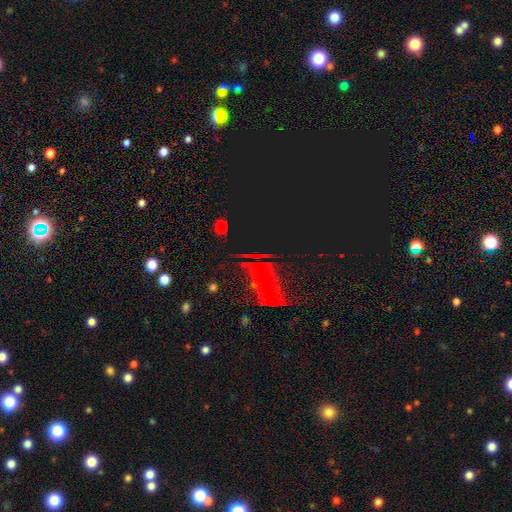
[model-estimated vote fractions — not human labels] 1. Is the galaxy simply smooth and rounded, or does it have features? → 39% featured or disk, 36% star or artifact, 25% smooth.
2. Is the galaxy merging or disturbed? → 56% none, 17% minor disturbance, 16% major disturbance, 11% merger.